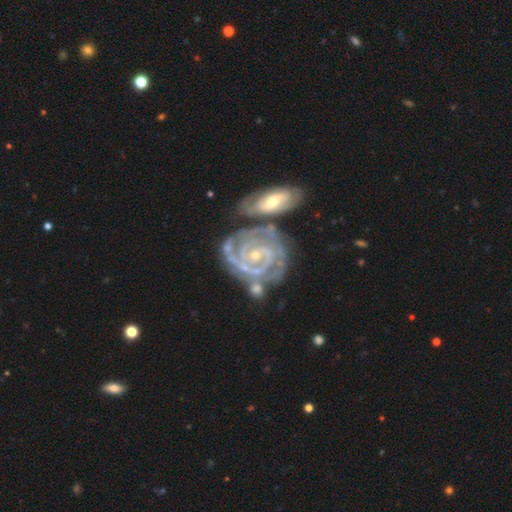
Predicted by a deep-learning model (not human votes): A featured or disk galaxy (92%) with no bar (53%), 2 (45%) tight (79%) spiral arms (98%) and a small central bulge (75%). Merging: none (43%).